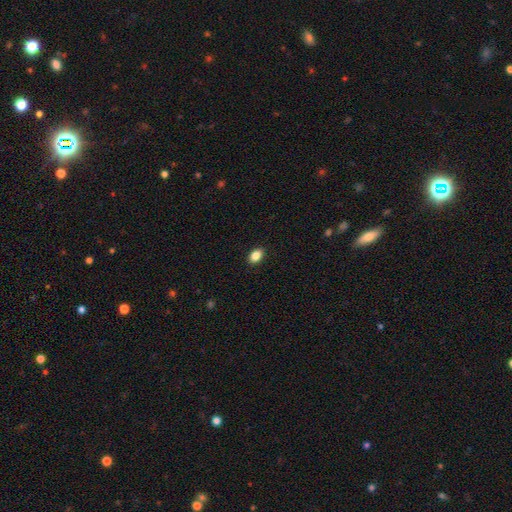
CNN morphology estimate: This appears to be a smooth galaxy with no disk features (87%) that is in between round and cigar-shaped (83%). Merging: none (90%).